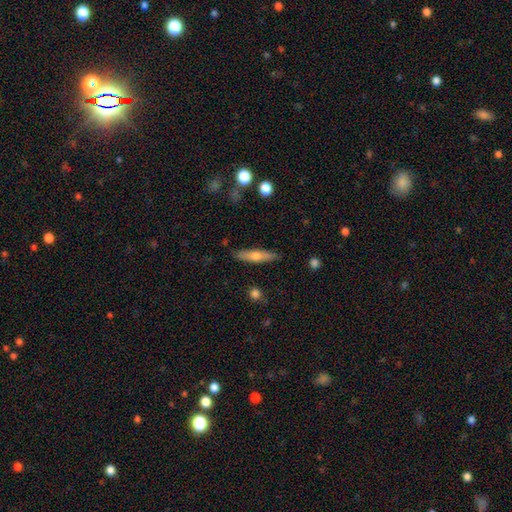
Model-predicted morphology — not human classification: The model was most divided on "smooth or featured": smooth: 54%, featured or disk: 39%, star or artifact: 7%. More confident: merging — none (87%); how rounded — cigar-shaped (80%).